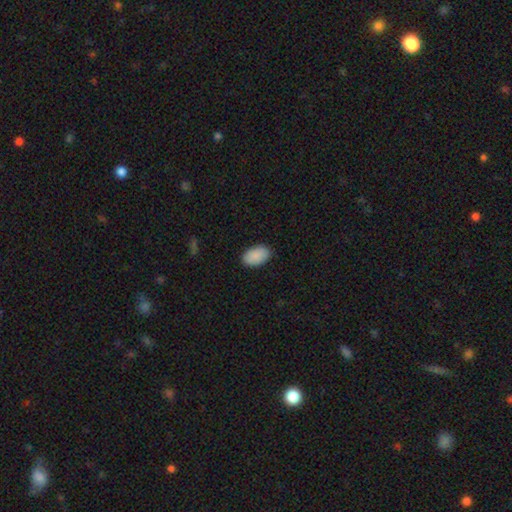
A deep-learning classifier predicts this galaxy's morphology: Smooth or featured?
  - smooth: 91% *
  - star or artifact: 6%
  - featured or disk: 3%
How rounded?
  - in between: 94% *
  - round: 5%
  - cigar-shaped: 1%
Merging?
  - none: 88% *
  - minor disturbance: 9%
  - major disturbance: 2%
  - merger: 1%